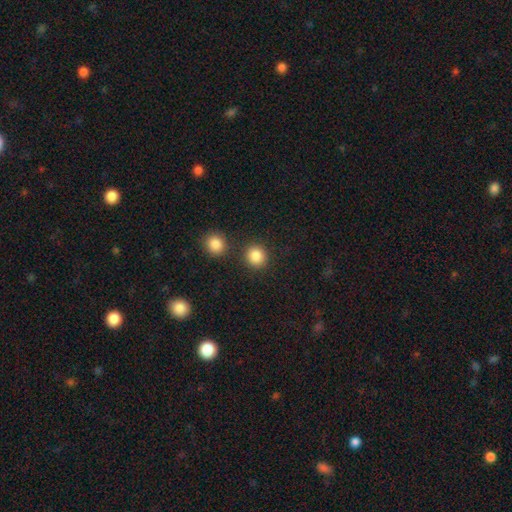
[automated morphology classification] A smooth galaxy with no disk features (87%) that is round (90%). Merging: none (85%).